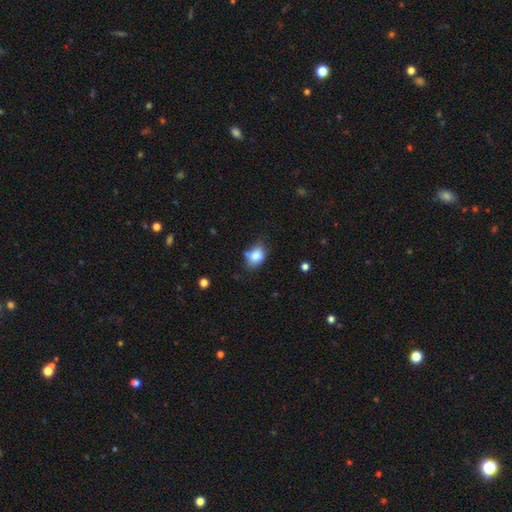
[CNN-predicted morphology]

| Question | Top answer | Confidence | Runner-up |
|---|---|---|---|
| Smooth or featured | smooth | 83% | star or artifact (9%) |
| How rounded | in between | 70% | round (29%) |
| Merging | none | 63% | minor disturbance (24%) |